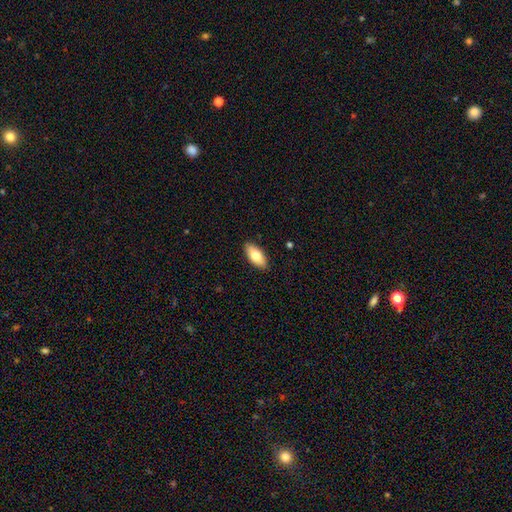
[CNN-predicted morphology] Smooth or featured? smooth (78%)
How rounded? in between (88%)
Merging? none (89%)